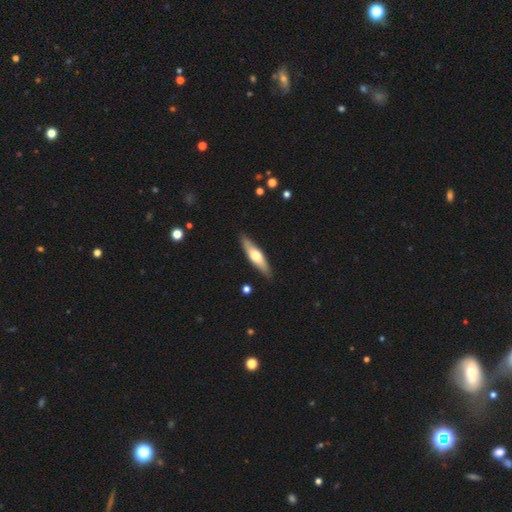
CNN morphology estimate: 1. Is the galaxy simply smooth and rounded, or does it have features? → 50% smooth, 46% featured or disk, 5% star or artifact.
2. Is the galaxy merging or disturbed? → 88% none, 9% minor disturbance, 2% major disturbance, 1% merger.